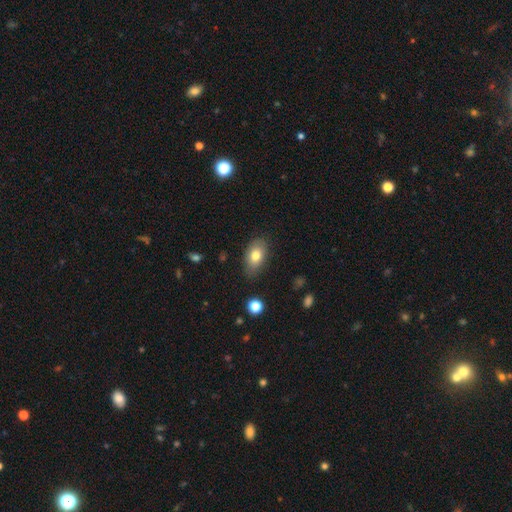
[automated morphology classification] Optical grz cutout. It shows a smooth galaxy with no disk features (78%) that is in between round and cigar-shaped (89%). Merging: none (79%).